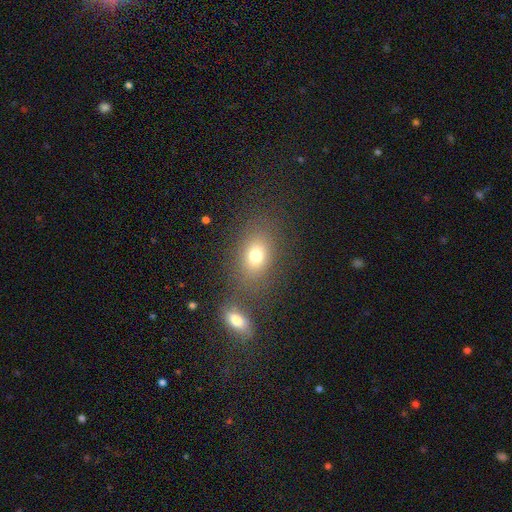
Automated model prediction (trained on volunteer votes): A smooth galaxy with no disk features (74%) that is in between round and cigar-shaped (70%).

Vote fractions:
- Smooth or featured? smooth: 74% / star or artifact: 13% / featured or disk: 12%
- How rounded? in between: 70% / round: 28% / cigar-shaped: 2%
- Merging? none: 68% / merger: 15% / minor disturbance: 11% / major disturbance: 6%